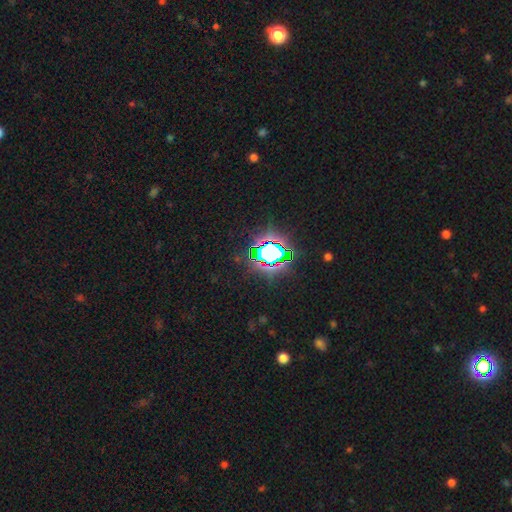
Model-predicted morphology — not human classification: This is clearly a star or artifact rather than a galaxy (81%).